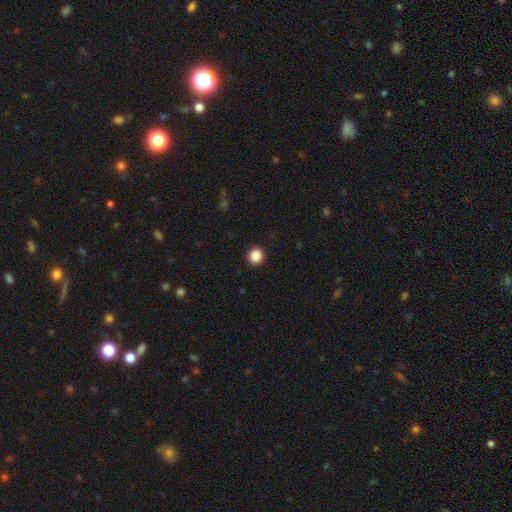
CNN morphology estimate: smooth-or-featured: smooth: 87% | star or artifact: 10% | featured or disk: 3%
  how-rounded: round: 90% | in between: 9% | cigar-shaped: 1%
  merging: none: 93% | minor disturbance: 5% | major disturbance: 2% | merger: 1%